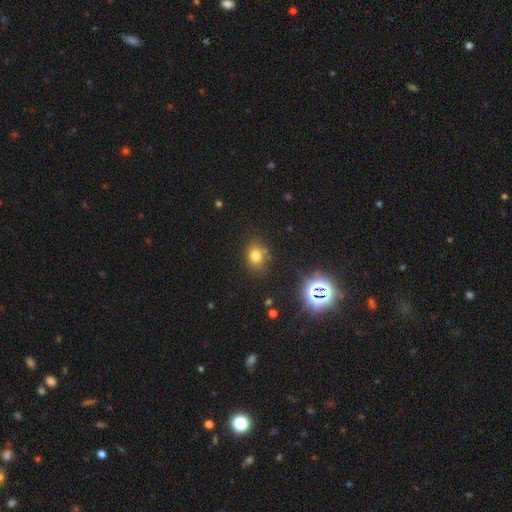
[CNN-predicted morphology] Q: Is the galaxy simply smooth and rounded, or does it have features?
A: smooth — 72%.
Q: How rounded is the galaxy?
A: in between — 54%.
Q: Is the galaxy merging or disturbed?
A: none — 76%.